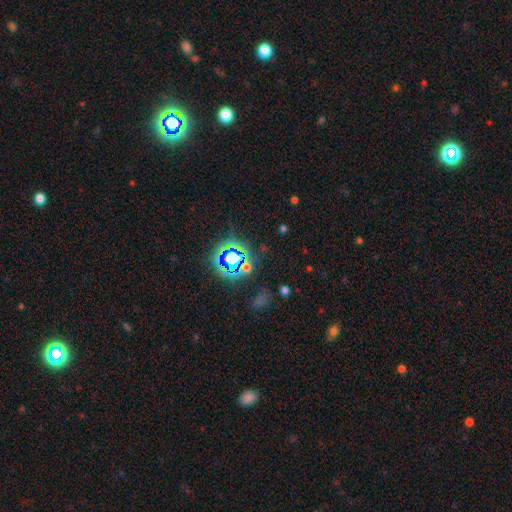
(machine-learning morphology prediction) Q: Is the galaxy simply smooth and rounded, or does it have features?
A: star or artifact — 77%.